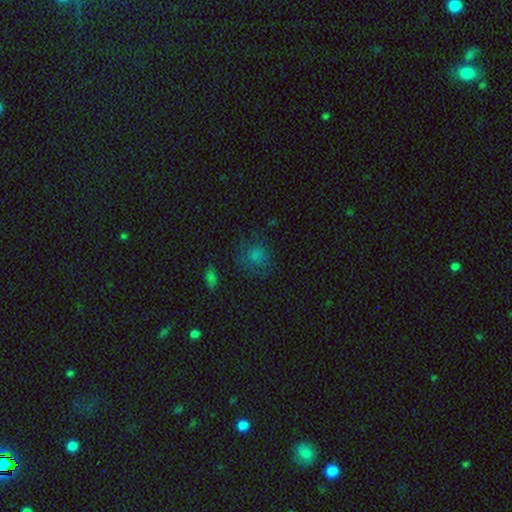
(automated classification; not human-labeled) The model was most divided on "merging": none: 69%, minor disturbance: 19%, major disturbance: 9%, merger: 2%. More confident: how rounded — round (83%); smooth or featured — smooth (75%).